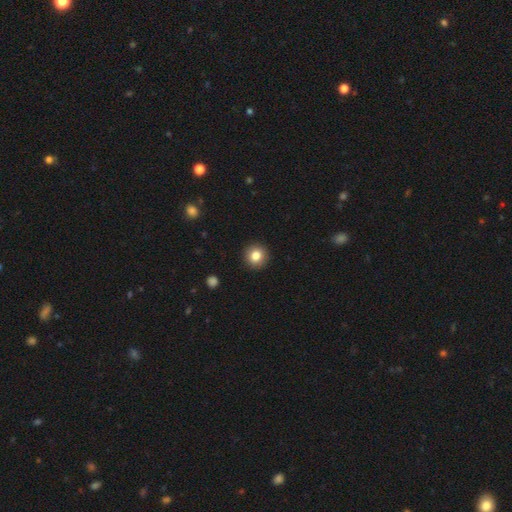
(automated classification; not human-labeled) Smooth or featured: smooth — 83% (star or artifact — 10%)
How rounded: round — 92% (in between — 7%)
Merging: none — 92% (minor disturbance — 5%)